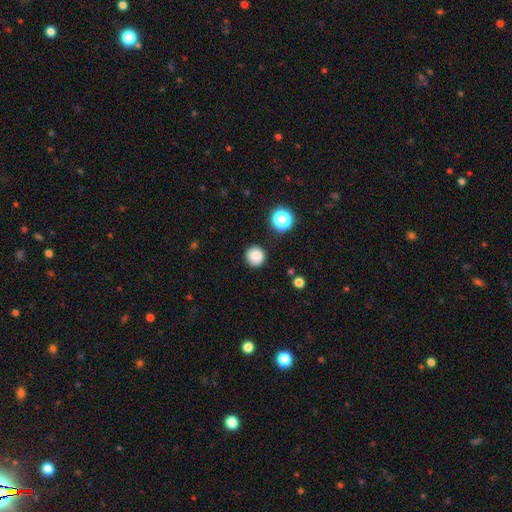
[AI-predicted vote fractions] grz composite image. It shows a smooth galaxy with no disk features (83%) that is round (91%). Merging: none (85%).